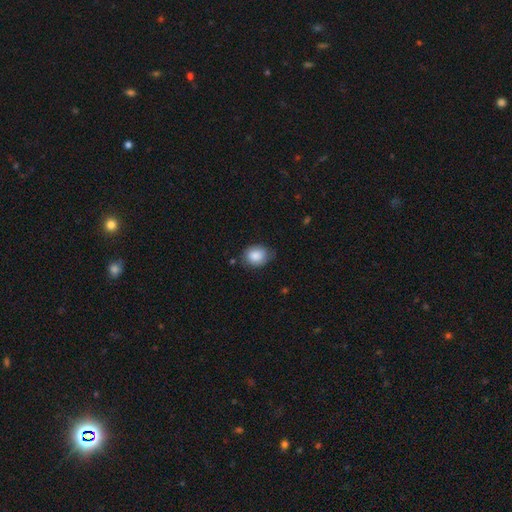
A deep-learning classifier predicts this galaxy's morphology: This is clearly a smooth galaxy (85%). How rounded: possibly in between (53%). Merging: likely none (67%).